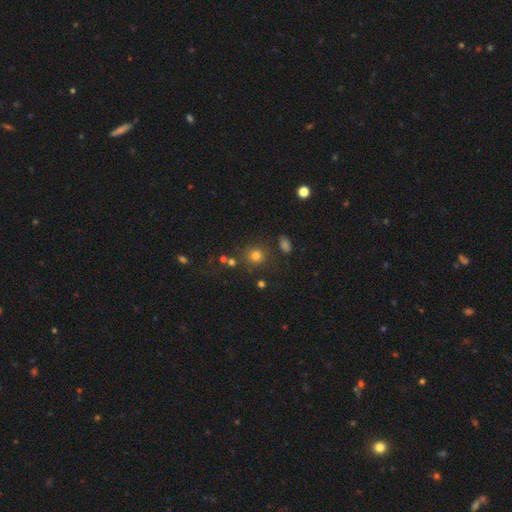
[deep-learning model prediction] smooth-or-featured: smooth: 75% | star or artifact: 17% | featured or disk: 8%
  how-rounded: round: 87% | in between: 12% | cigar-shaped: 1%
  merging: none: 78% | minor disturbance: 11% | merger: 6% | major disturbance: 4%